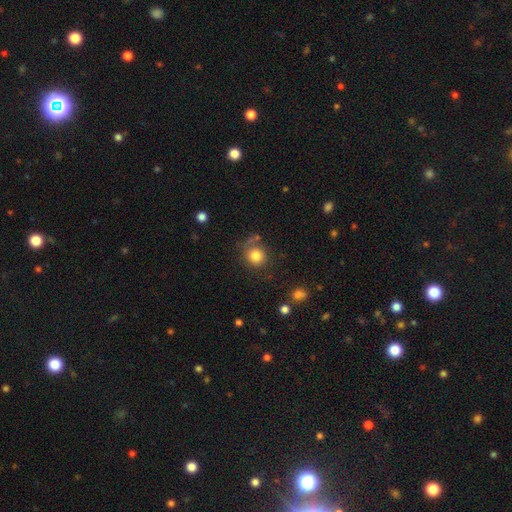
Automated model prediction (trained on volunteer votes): This is clearly a smooth galaxy (81%). How rounded: clearly round (87%). Merging: likely none (71%).